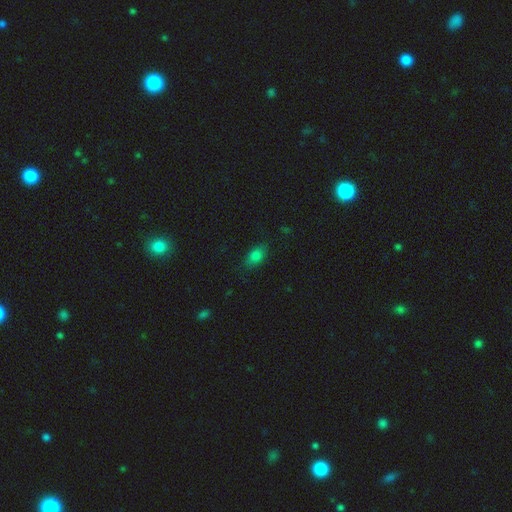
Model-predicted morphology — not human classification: A smooth galaxy with no disk features (80%) that is in between round and cigar-shaped (88%). Merging: none (79%).